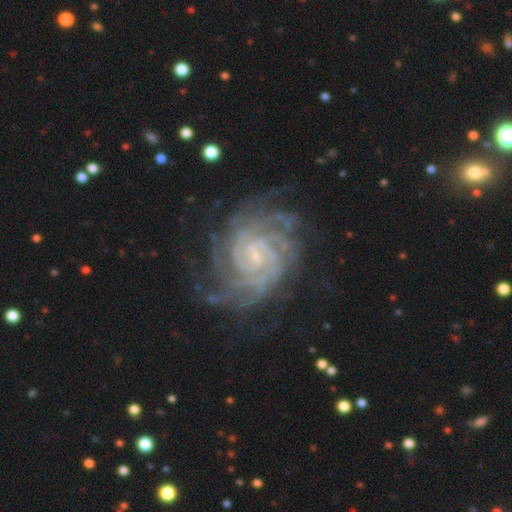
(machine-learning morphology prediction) Smooth or featured?
  - featured or disk: 91% *
  - star or artifact: 5%
  - smooth: 3%
Edge-on disk?
  - no: 98% *
  - yes: 2%
Bar?
  - no: 49% *
  - weak: 38%
  - strong: 13%
Spiral arms?
  - yes: 99% *
  - no: 1%
Spiral winding?
  - tight: 80% *
  - medium: 18%
  - loose: 3%
Spiral arm count?
  - 4: 24% *
  - can't tell: 20%
  - more than 4: 19%
  - 2: 14%
  - 3: 14%
  - 1: 9%
Bulge size?
  - small: 80% *
  - moderate: 11%
  - none: 7%
  - large: 1%
  - dominant: 1%
Merging?
  - none: 75% *
  - minor disturbance: 16%
  - major disturbance: 7%
  - merger: 2%